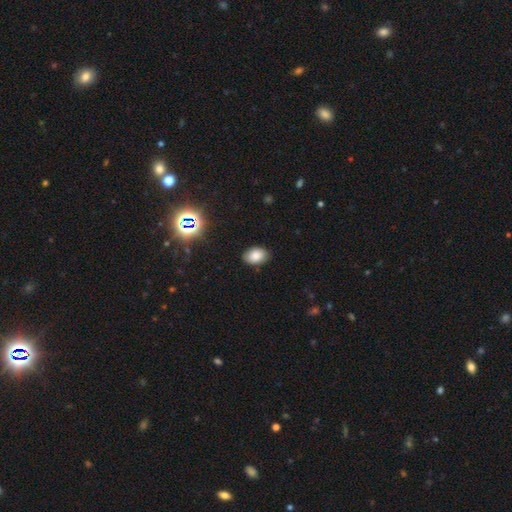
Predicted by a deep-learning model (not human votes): The model was most divided on "how rounded": in between: 84%, round: 15%, cigar-shaped: 1%. More confident: merging — none (86%); smooth or featured — smooth (83%).